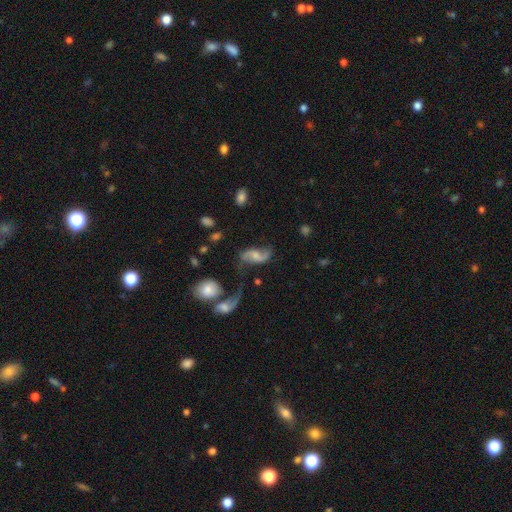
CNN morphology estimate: Smooth or featured: featured or disk — 85% (smooth — 9%)
Edge-on disk: no — 97% (yes — 3%)
Bar: no — 47% (weak — 42%)
Spiral arms: yes — 95% (no — 5%)
Spiral winding: loose — 79% (medium — 17%)
Spiral arm count: 2 — 92% (1 — 3%)
Bulge size: moderate — 45% (small — 35%)
Merging: none — 59% (minor disturbance — 18%)